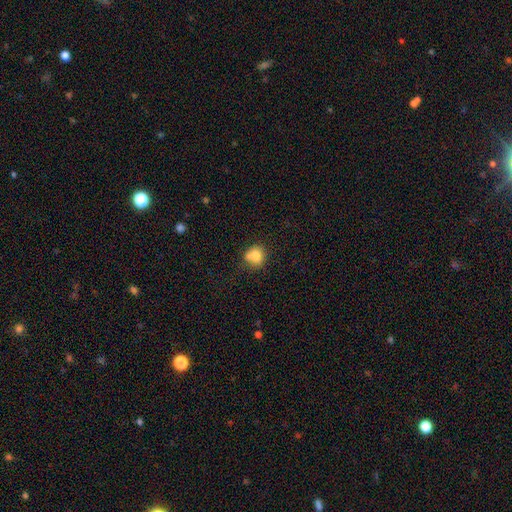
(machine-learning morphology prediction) Smooth or featured?
  - smooth: 76% *
  - featured or disk: 14%
  - star or artifact: 10%
How rounded?
  - round: 76% *
  - in between: 23%
  - cigar-shaped: 1%
Merging?
  - none: 51% *
  - merger: 28%
  - minor disturbance: 16%
  - major disturbance: 5%